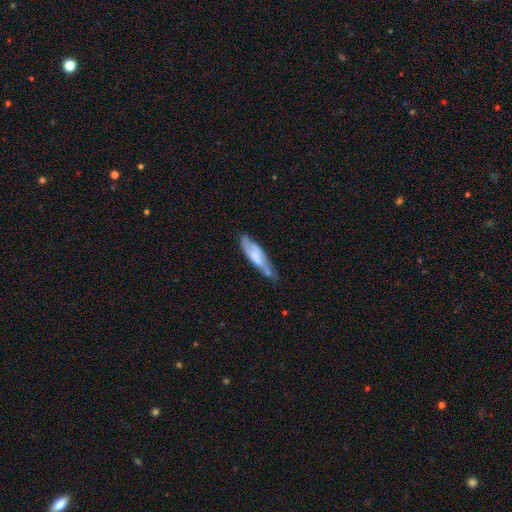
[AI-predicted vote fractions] This appears to be a featured or disk galaxy (53%). Merging: none (57%).